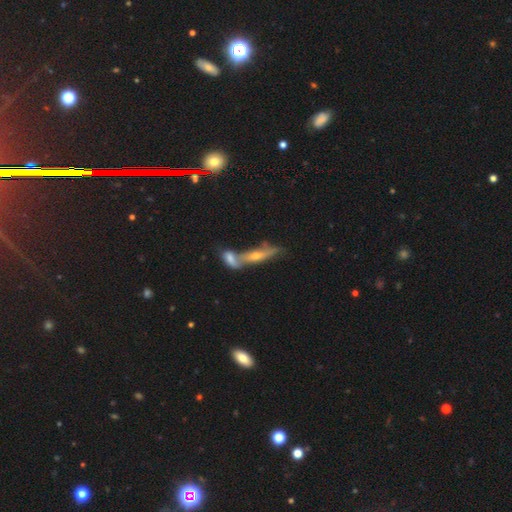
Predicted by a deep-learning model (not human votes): Smooth or featured?
  - featured or disk: 55% *
  - smooth: 30%
  - star or artifact: 16%
Edge-on disk?
  - yes: 61% *
  - no: 39%
Merging?
  - merger: 53% *
  - none: 32%
  - minor disturbance: 9%
  - major disturbance: 6%